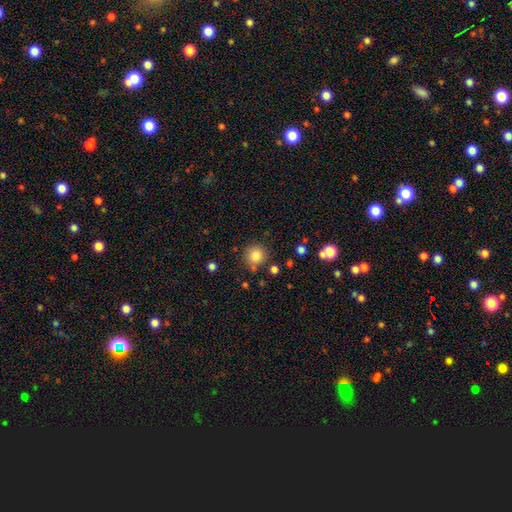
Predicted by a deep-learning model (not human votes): This is clearly a smooth galaxy (84%). How rounded: clearly round (93%). Merging: clearly none (82%).